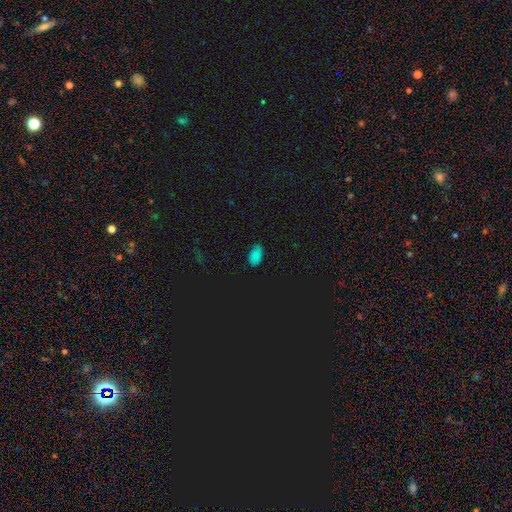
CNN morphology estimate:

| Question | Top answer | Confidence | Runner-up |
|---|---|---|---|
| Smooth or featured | smooth | 63% | star or artifact (29%) |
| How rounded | in between | 92% | round (6%) |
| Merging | none | 77% | minor disturbance (18%) |